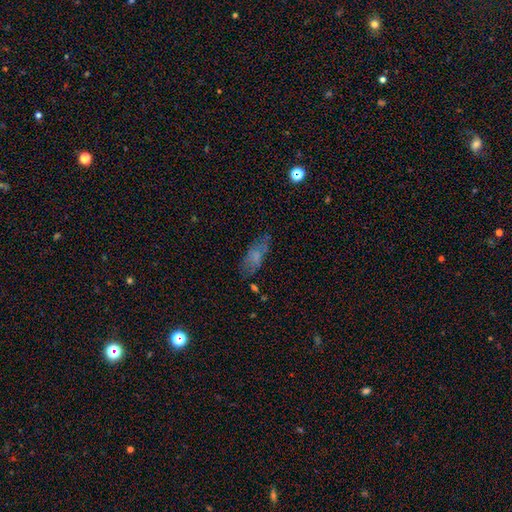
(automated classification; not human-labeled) smooth_or_featured: smooth (p=0.53) [alt: featured or disk p=0.33]
how_rounded: in between (p=0.75) [alt: cigar-shaped p=0.22]
merging: none (p=0.63) [alt: minor disturbance p=0.22]